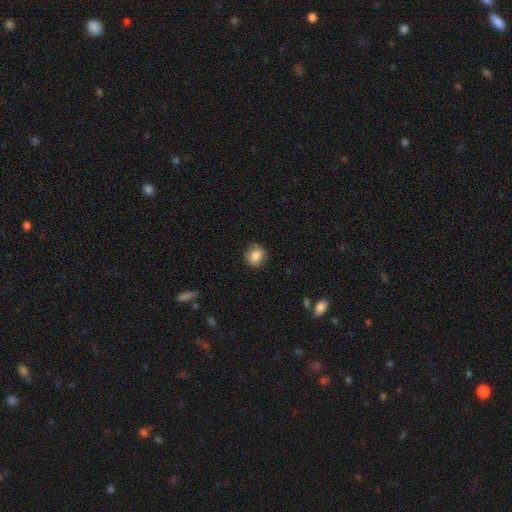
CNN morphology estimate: Smooth or featured?
  - smooth: 82% *
  - featured or disk: 10%
  - star or artifact: 9%
How rounded?
  - round: 70% *
  - in between: 29%
  - cigar-shaped: 1%
Merging?
  - none: 76% *
  - minor disturbance: 18%
  - major disturbance: 4%
  - merger: 1%